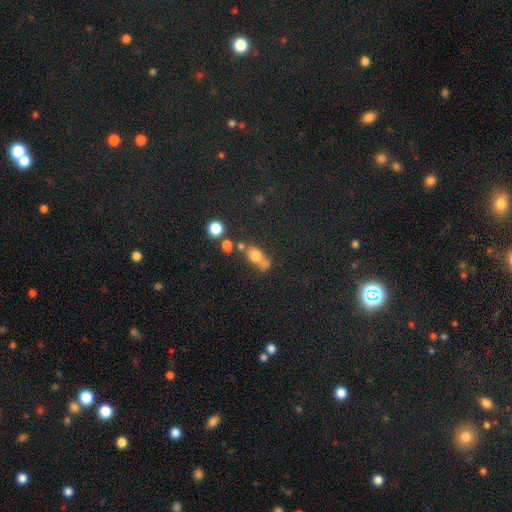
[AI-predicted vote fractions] Overall: smooth (71%). How rounded: in between (49%; round 47%). Merging: merger (42%; none 37%).